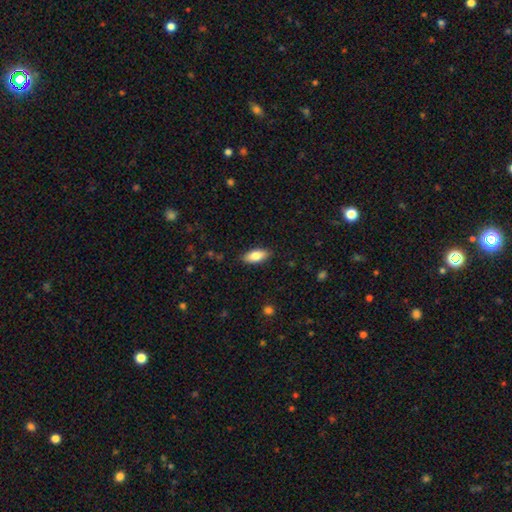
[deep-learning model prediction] The model was most divided on "smooth or featured": smooth: 81%, featured or disk: 13%, star or artifact: 6%. More confident: merging — none (87%); how rounded — in between (87%).